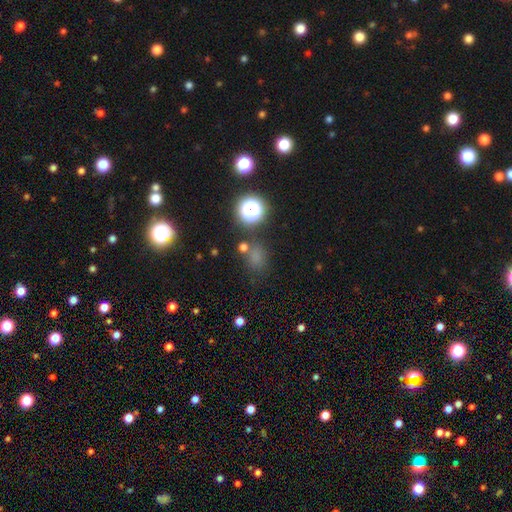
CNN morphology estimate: type=smooth (62%); roundness=round (66%); merging=none (71%).